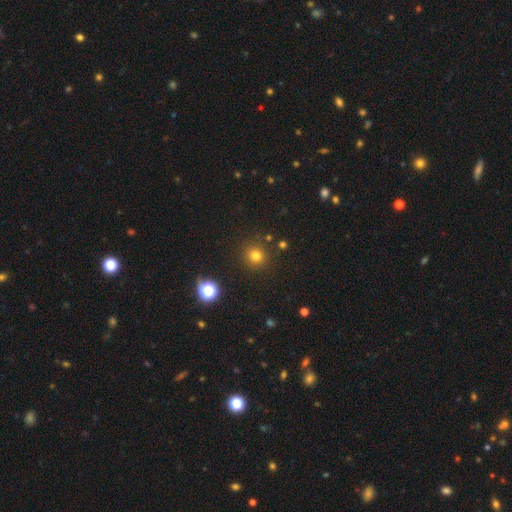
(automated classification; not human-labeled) A smooth galaxy with no disk features (76%) that is round (93%). Merging: none (88%).